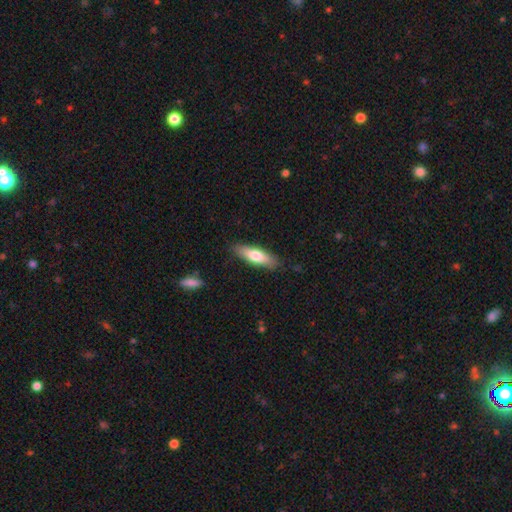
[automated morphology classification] type=smooth (70%); roundness=cigar-shaped (55%); merging=none (85%).